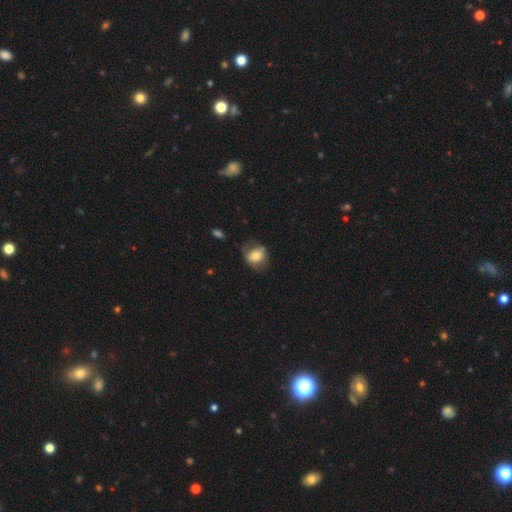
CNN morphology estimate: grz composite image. It shows a smooth galaxy with no disk features (67%) that is in between round and cigar-shaped (52%). Merging: none (55%).